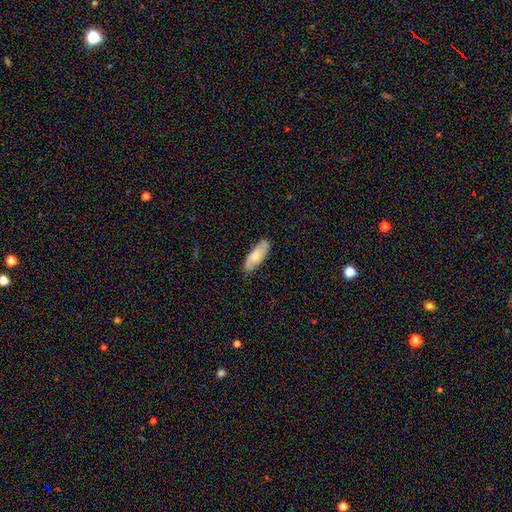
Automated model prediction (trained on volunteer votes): smooth_or_featured: smooth (p=0.70) [alt: featured or disk p=0.24]
how_rounded: in between (p=0.66) [alt: cigar-shaped p=0.32]
merging: none (p=0.80) [alt: minor disturbance p=0.16]